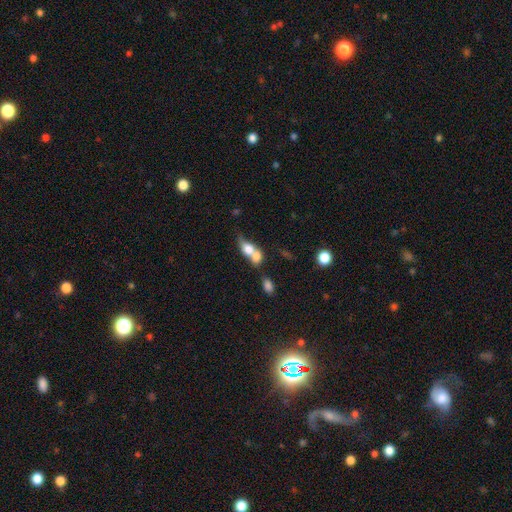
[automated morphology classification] This appears to be a smooth galaxy with no disk features (69%) that is in between round and cigar-shaped (58%). Merging: merger (74%).